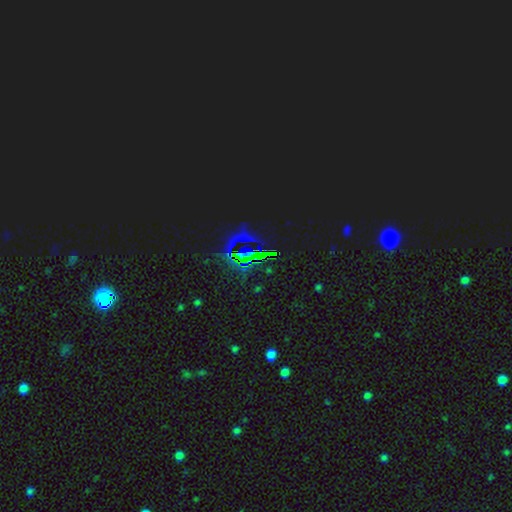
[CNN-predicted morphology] Smooth or featured? Predicted: star or artifact (p=0.84).